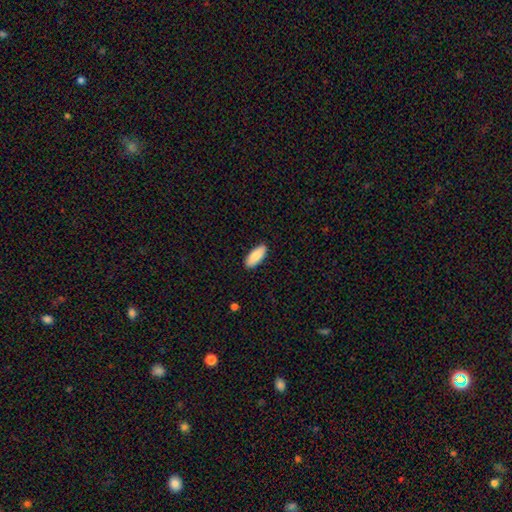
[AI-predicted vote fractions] Smooth or featured: smooth — 87% (featured or disk — 8%)
How rounded: in between — 83% (cigar-shaped — 15%)
Merging: none — 90% (minor disturbance — 8%)